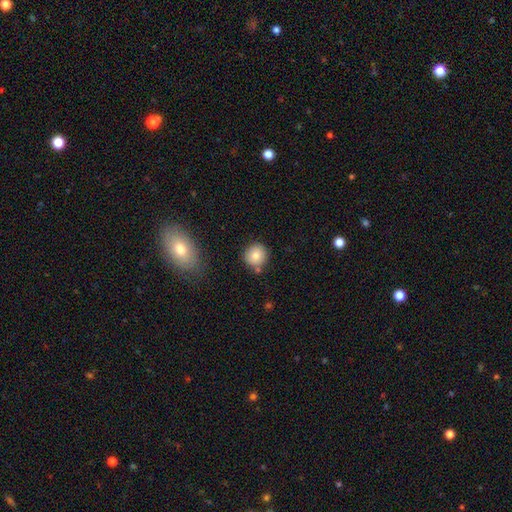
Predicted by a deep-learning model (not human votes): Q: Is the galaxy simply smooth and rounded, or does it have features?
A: smooth — 81%.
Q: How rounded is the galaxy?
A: round — 91%.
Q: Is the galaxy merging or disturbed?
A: none — 79%.